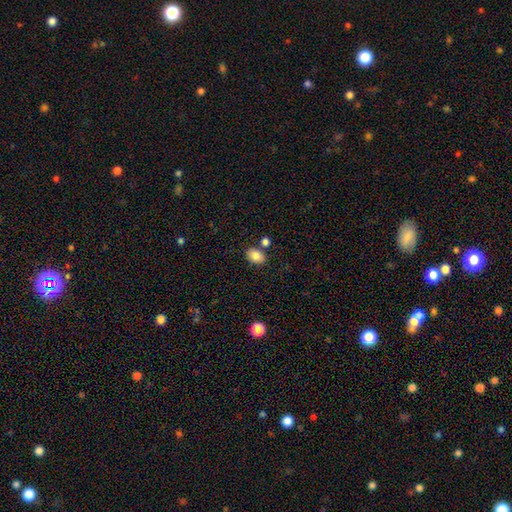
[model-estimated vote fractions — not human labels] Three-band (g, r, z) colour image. It shows a smooth galaxy with no disk features (85%) that is in between round and cigar-shaped (79%). Merging: none (77%).